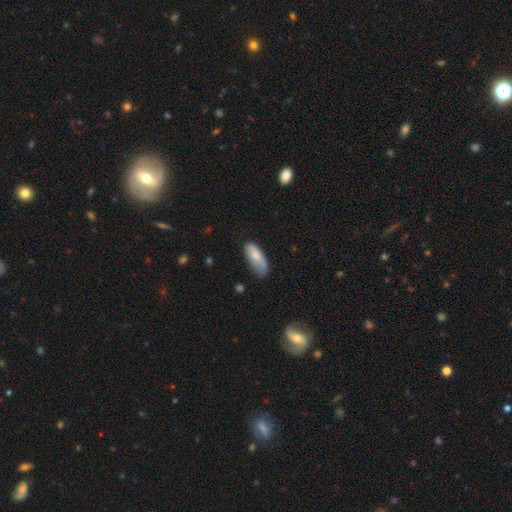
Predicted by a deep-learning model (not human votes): Q: Smooth or featured?
A: smooth (78%); runner-up: featured or disk (15%)
Q: How rounded?
A: in between (80%); runner-up: cigar-shaped (18%)
Q: Merging?
A: none (51%); runner-up: minor disturbance (35%)